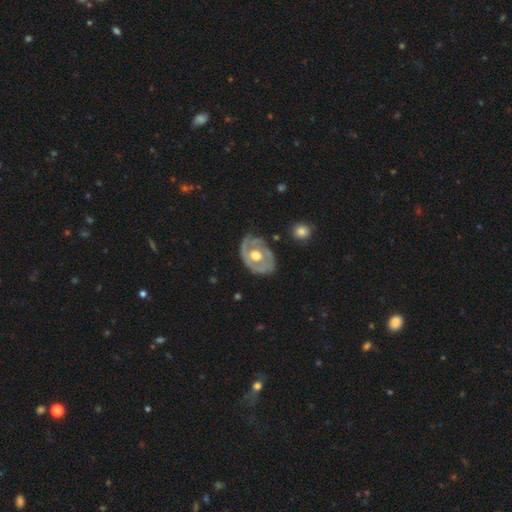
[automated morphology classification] featured or disk 77%, smooth 19%, star or artifact 4%. Down the decision tree: edge-on disk — no (96%); bar — no (81%); spiral arms — yes (68%); bulge size — moderate (73%); merging — none (61%).